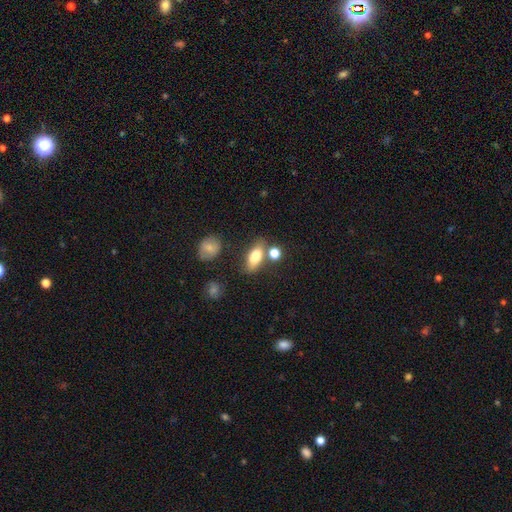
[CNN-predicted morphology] Q: Smooth or featured?
A: smooth (77%); runner-up: featured or disk (14%)
Q: How rounded?
A: in between (80%); runner-up: cigar-shaped (12%)
Q: Merging?
A: none (64%); runner-up: merger (15%)